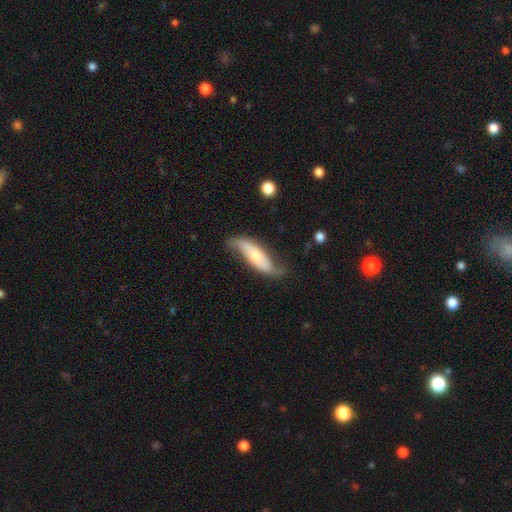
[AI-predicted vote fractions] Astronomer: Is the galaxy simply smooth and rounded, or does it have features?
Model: featured or disk — 62%.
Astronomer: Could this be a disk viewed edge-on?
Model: no — 77%.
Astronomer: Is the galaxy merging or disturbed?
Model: none — 59%.